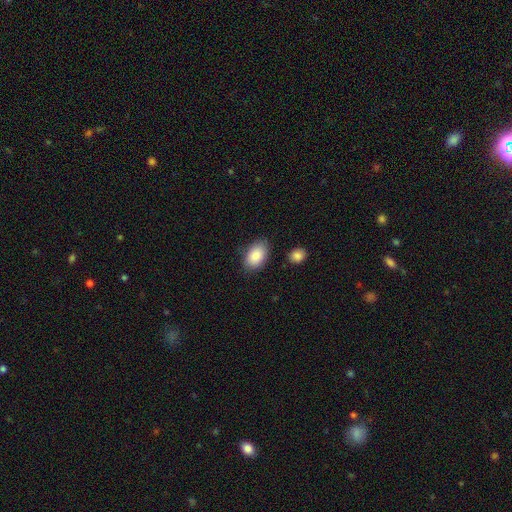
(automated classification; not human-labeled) The model was most divided on "merging": none: 81%, minor disturbance: 13%, major disturbance: 3%, merger: 3%. More confident: how rounded — in between (91%); smooth or featured — smooth (86%).